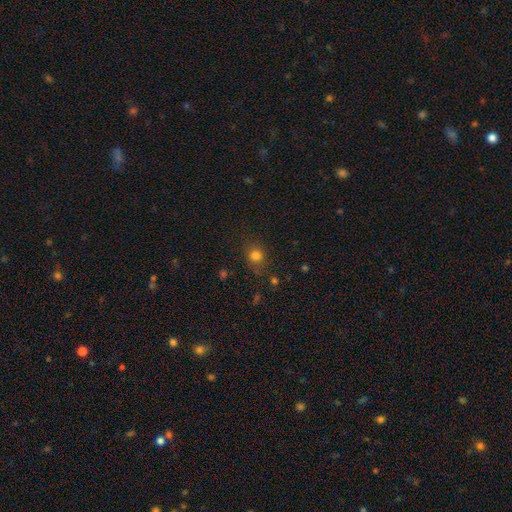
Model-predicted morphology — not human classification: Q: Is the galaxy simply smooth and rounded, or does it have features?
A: smooth — 77%.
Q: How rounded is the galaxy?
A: round — 75%.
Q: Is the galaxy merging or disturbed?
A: none — 79%.